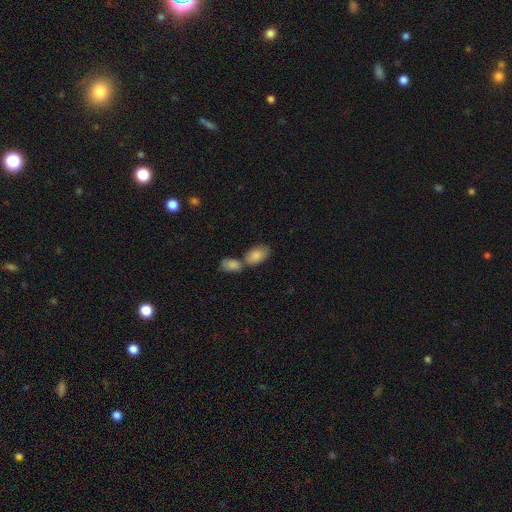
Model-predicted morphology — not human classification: smooth_or_featured: smooth (p=0.85) [alt: featured or disk p=0.09]
how_rounded: in between (p=0.92) [alt: round p=0.06]
merging: none (p=0.44) [alt: merger p=0.42]